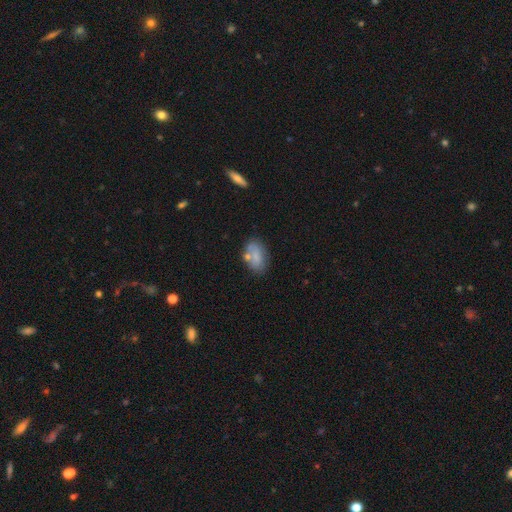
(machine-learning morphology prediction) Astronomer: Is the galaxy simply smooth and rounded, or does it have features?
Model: smooth — 72%.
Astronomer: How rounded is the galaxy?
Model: in between — 90%.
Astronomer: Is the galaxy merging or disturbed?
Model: none — 60%.